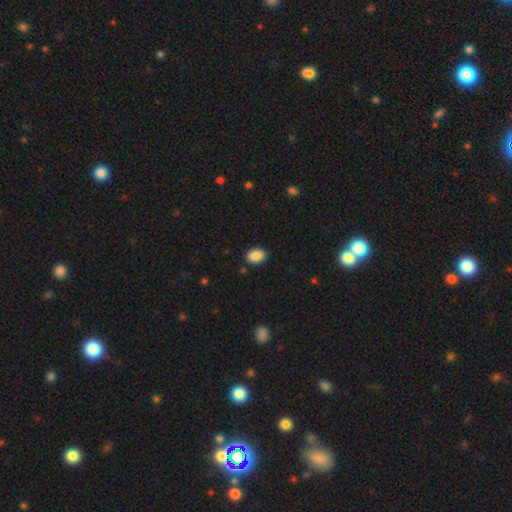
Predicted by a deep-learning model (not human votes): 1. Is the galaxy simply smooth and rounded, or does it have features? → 89% smooth, 8% star or artifact, 3% featured or disk.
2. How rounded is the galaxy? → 69% in between, 30% round, 1% cigar-shaped.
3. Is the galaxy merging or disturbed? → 87% none, 9% minor disturbance, 2% major disturbance, 1% merger.